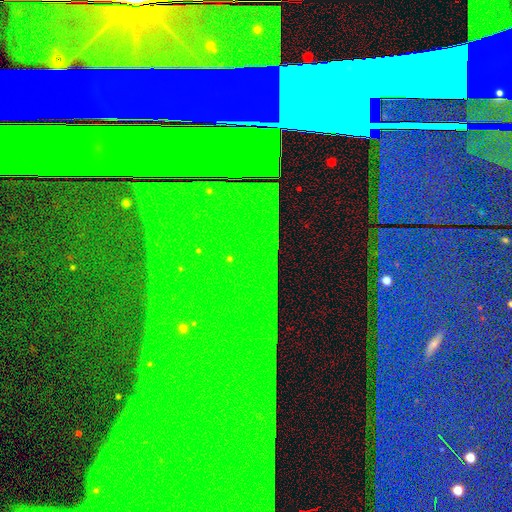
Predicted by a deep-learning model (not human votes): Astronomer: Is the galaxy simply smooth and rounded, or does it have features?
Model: star or artifact — 85%.